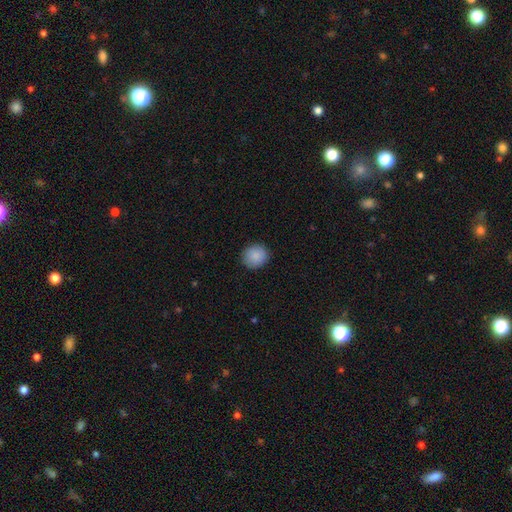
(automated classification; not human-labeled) The model was most divided on "how rounded": round: 86%, in between: 13%, cigar-shaped: 1%. More confident: merging — none (90%); smooth or featured — smooth (89%).